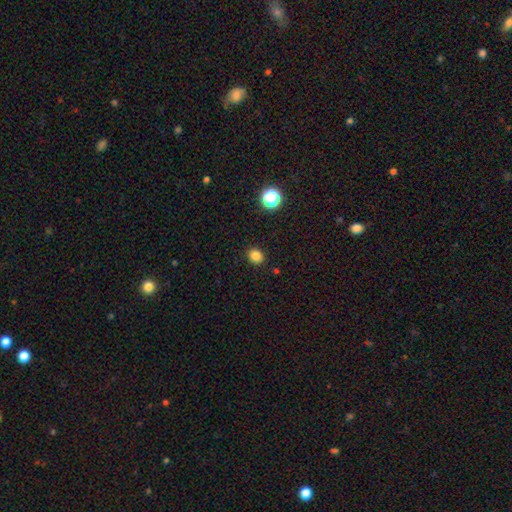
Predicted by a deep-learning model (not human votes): Smooth or featured? smooth (84%)
How rounded? round (70%)
Merging? none (90%)